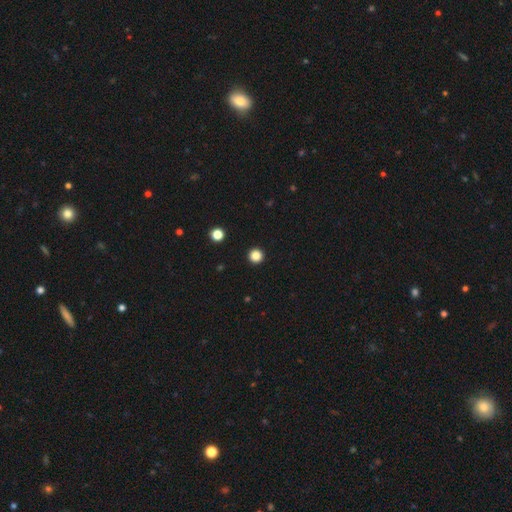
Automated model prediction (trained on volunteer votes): The model was most divided on "smooth or featured": smooth: 85%, star or artifact: 12%, featured or disk: 3%. More confident: how rounded — round (96%); merging — none (94%).